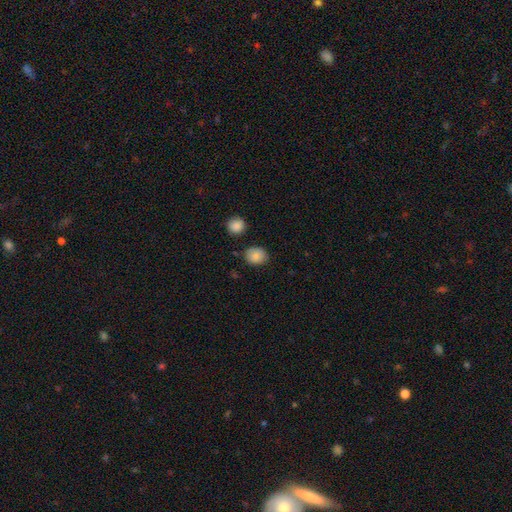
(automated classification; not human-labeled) Morphology: type=smooth (86%); roundness=round (61%); merging=none (80%).